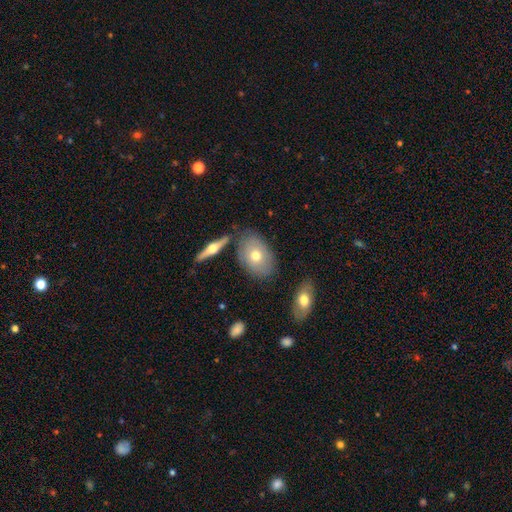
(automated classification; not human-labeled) Morphology: type=smooth (62%); roundness=in between (86%); merging=none (75%).